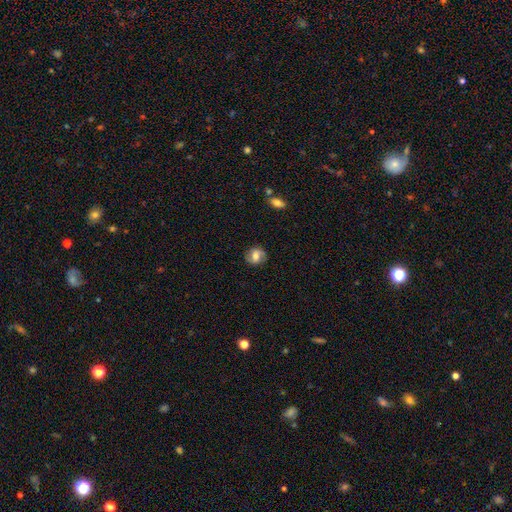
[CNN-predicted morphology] Smooth or featured: smooth — 49% (featured or disk — 42%)
Merging: none — 82% (minor disturbance — 13%)